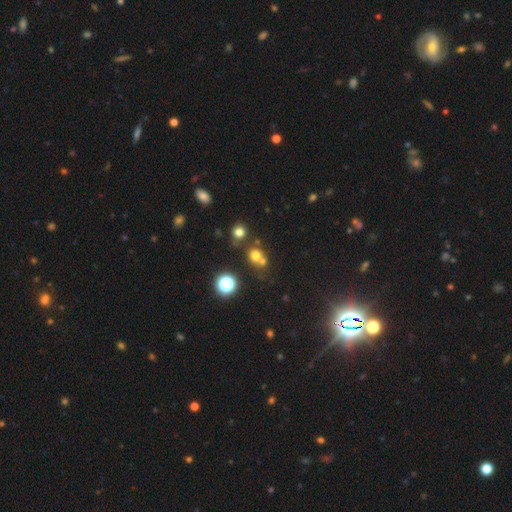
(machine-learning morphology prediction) This is likely a smooth galaxy (66%). How rounded: clearly round (83%). Merging: possibly none (53%).